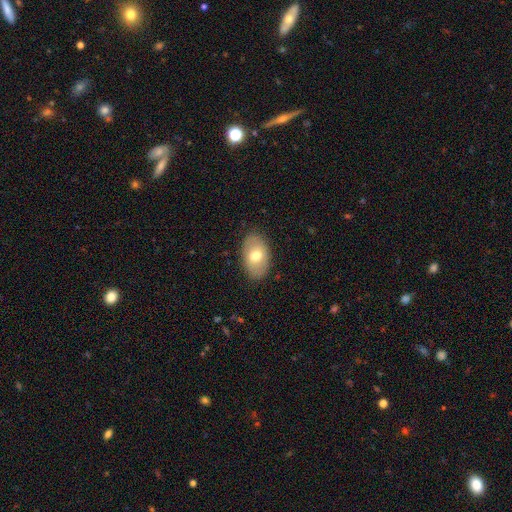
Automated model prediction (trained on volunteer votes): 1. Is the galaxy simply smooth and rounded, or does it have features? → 67% smooth, 26% featured or disk, 7% star or artifact.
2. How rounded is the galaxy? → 89% in between, 10% round, 1% cigar-shaped.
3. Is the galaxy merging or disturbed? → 85% none, 11% minor disturbance, 3% major disturbance, 1% merger.